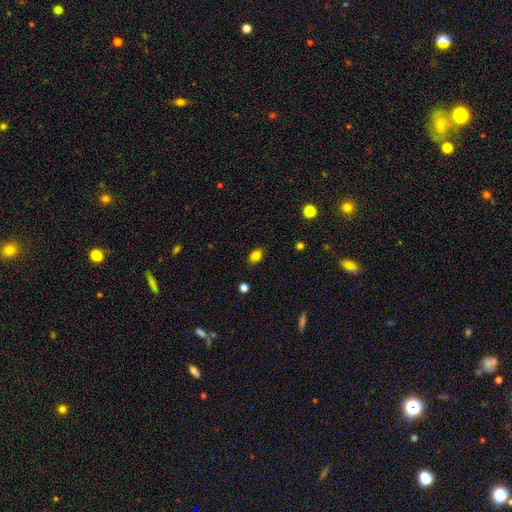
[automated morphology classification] A smooth galaxy with no disk features (83%) that is in between round and cigar-shaped (76%). Merging: none (86%).